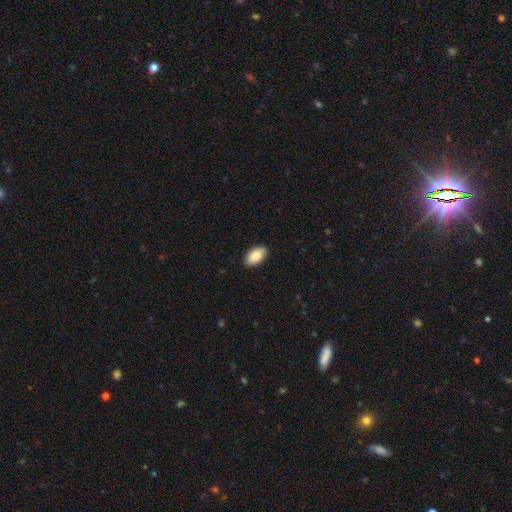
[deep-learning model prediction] A smooth galaxy with no disk features (88%) that is in between round and cigar-shaped (95%).

Vote fractions:
- Smooth or featured? smooth: 88% / star or artifact: 6% / featured or disk: 5%
- How rounded? in between: 95% / round: 4% / cigar-shaped: 1%
- Merging? none: 90% / minor disturbance: 7% / major disturbance: 2% / merger: 1%